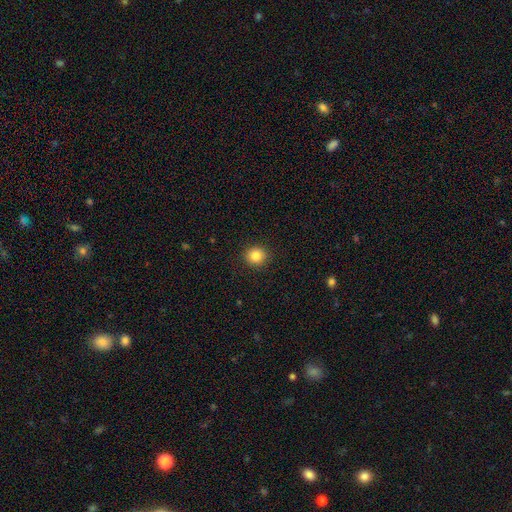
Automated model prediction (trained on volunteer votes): This is clearly a smooth galaxy (84%). How rounded: clearly round (87%). Merging: clearly none (92%).